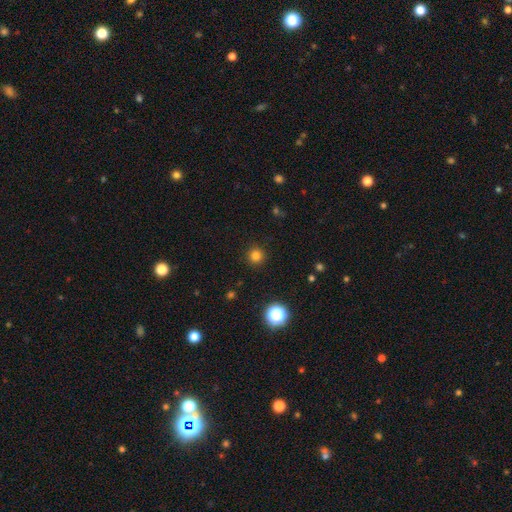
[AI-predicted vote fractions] The model was most divided on "smooth or featured": smooth: 80%, star or artifact: 15%, featured or disk: 4%. More confident: how rounded — round (94%); merging — none (91%).